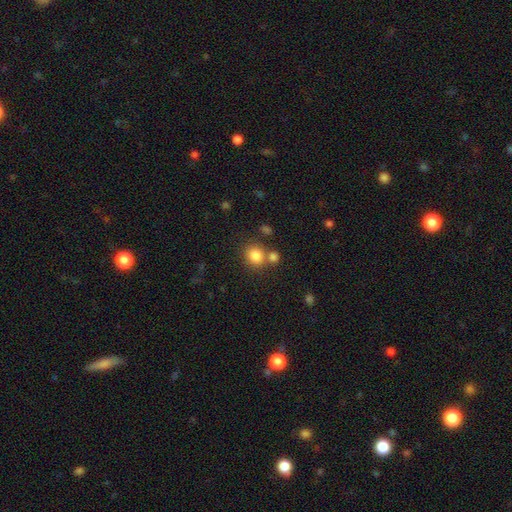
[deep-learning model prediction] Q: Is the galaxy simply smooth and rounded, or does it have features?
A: smooth — 83%.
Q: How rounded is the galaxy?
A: round — 75%.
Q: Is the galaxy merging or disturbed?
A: none — 63%.